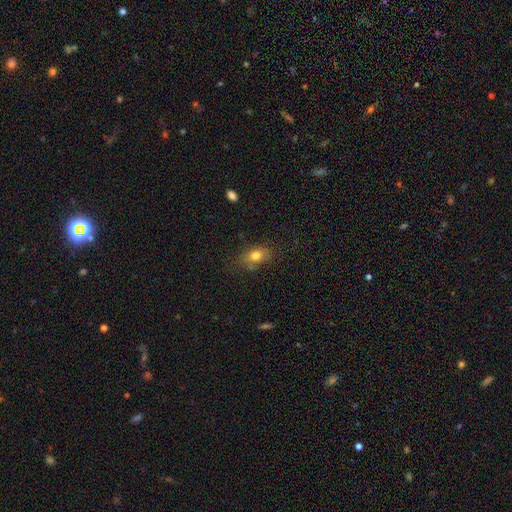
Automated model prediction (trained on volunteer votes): Overall: smooth (78%). How rounded: in between (73%). Merging: none (70%).